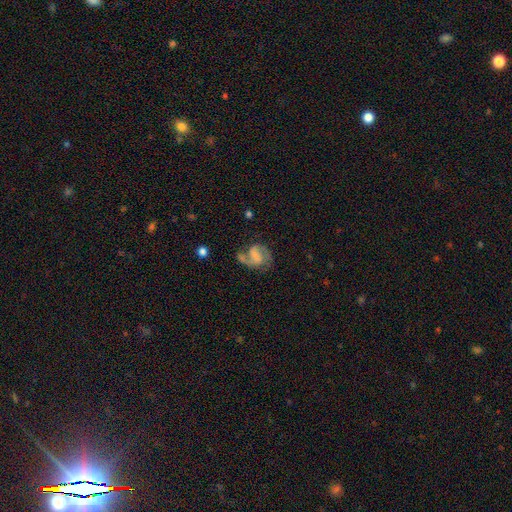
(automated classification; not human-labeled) featured or disk 69%, smooth 22%, star or artifact 8%. Down the decision tree: edge-on disk — no (98%); bar — no (41%); spiral arms — yes (88%); spiral arm count — 2 (65%); spiral winding — medium (45%); bulge size — none (56%); merging — none (41%).